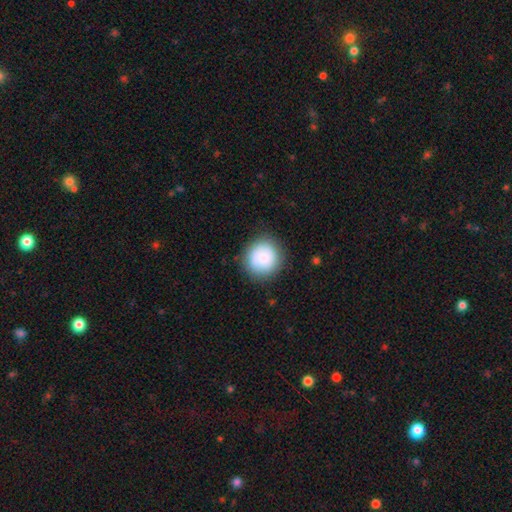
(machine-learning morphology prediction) A smooth galaxy with no disk features (83%) that is round (92%).

Vote fractions:
- Smooth or featured? smooth: 83% / featured or disk: 10% / star or artifact: 7%
- How rounded? round: 92% / in between: 7% / cigar-shaped: 1%
- Merging? none: 85% / minor disturbance: 10% / major disturbance: 3% / merger: 1%